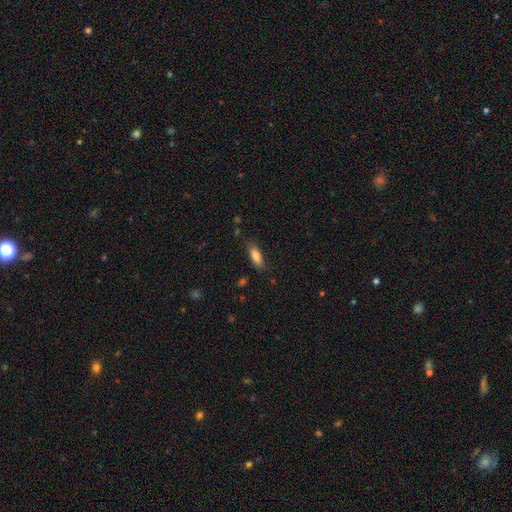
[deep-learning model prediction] Smooth or featured? smooth (82%)
How rounded? in between (68%)
Merging? none (79%)